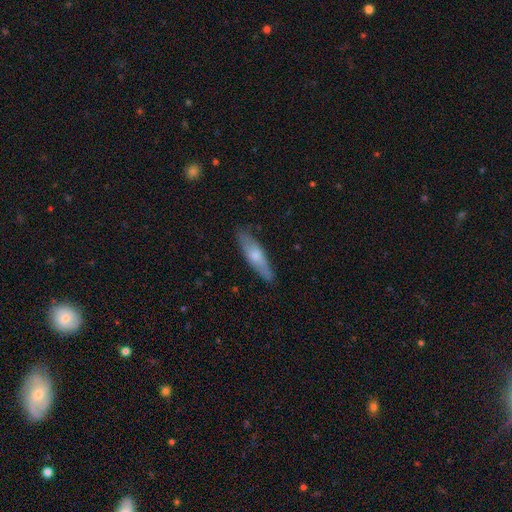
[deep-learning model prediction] smooth_or_featured: smooth (p=0.58) [alt: featured or disk p=0.36]
how_rounded: cigar-shaped (p=0.68) [alt: in between p=0.30]
merging: none (p=0.83) [alt: minor disturbance p=0.14]